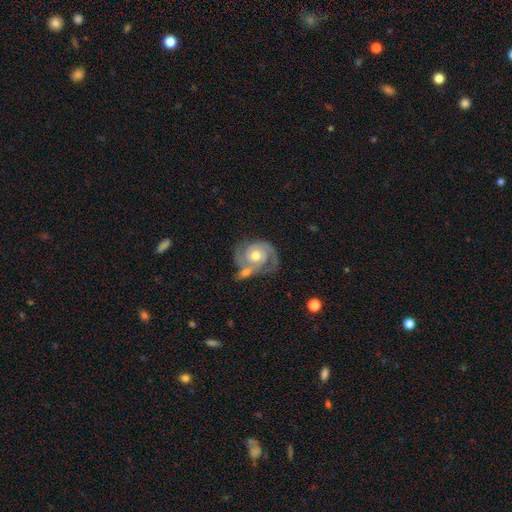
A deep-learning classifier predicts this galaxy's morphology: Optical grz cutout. It shows a featured or disk galaxy (86%) with no bar (76%), 2 (80%) tight (56%) spiral arms (96%) and a moderate central bulge (73%). Merging: none (44%).